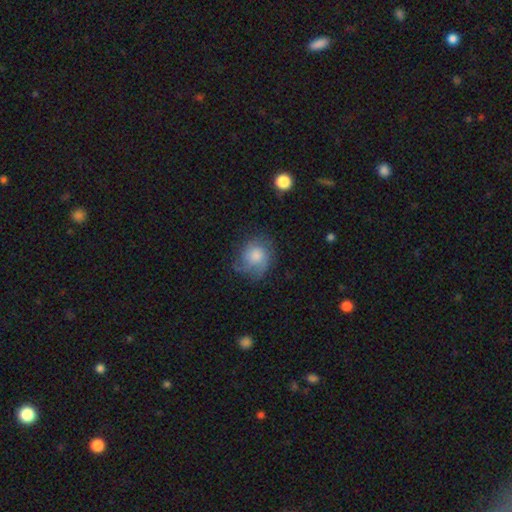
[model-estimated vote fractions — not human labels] smooth_or_featured: smooth (p=0.56) [alt: featured or disk p=0.34]
how_rounded: round (p=0.73) [alt: in between p=0.26]
merging: none (p=0.56) [alt: minor disturbance p=0.27]